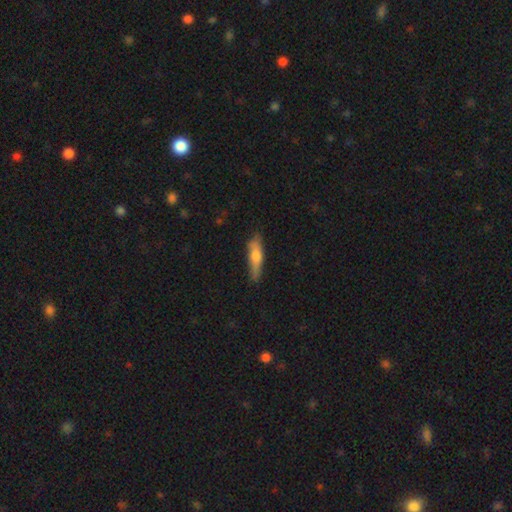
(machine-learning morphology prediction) Q: Smooth or featured?
A: smooth (64%); runner-up: featured or disk (30%)
Q: How rounded?
A: cigar-shaped (76%); runner-up: in between (22%)
Q: Merging?
A: none (77%); runner-up: minor disturbance (18%)